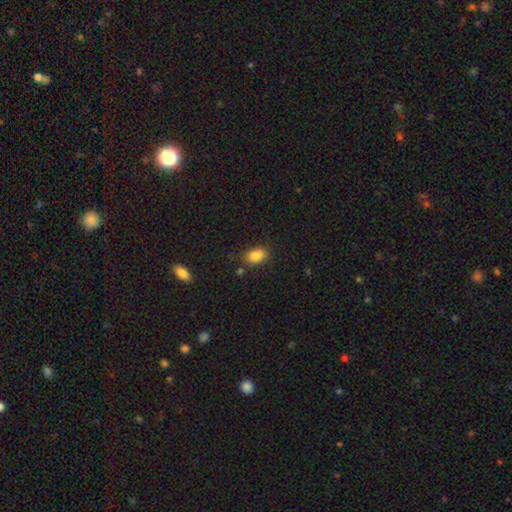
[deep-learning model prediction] This appears to be a smooth galaxy with no disk features (85%) that is in between round and cigar-shaped (86%). Merging: none (76%).